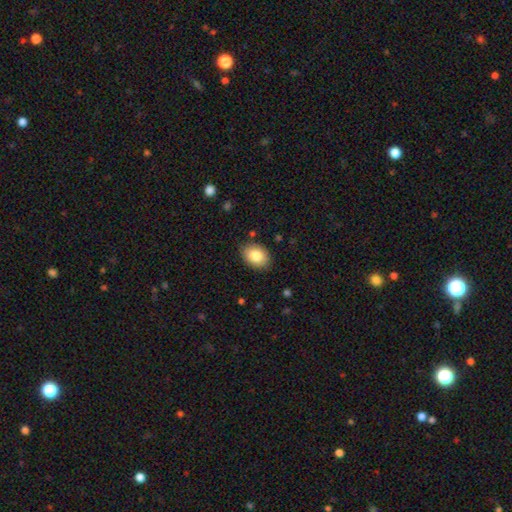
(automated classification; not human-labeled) Overall: smooth (84%). How rounded: in between (75%). Merging: none (85%).